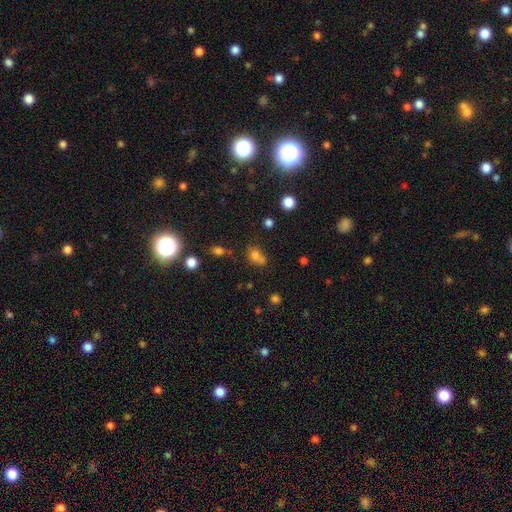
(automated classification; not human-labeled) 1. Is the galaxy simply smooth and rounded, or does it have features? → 72% smooth, 17% star or artifact, 11% featured or disk.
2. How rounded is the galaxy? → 56% round, 43% in between, 2% cigar-shaped.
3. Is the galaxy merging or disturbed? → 46% merger, 36% none, 12% minor disturbance, 6% major disturbance.